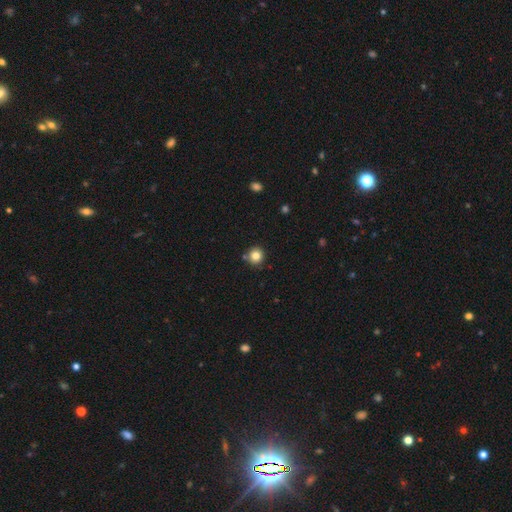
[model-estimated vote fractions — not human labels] The model was most divided on "smooth or featured": smooth: 82%, star or artifact: 11%, featured or disk: 7%. More confident: how rounded — round (92%); merging — none (82%).